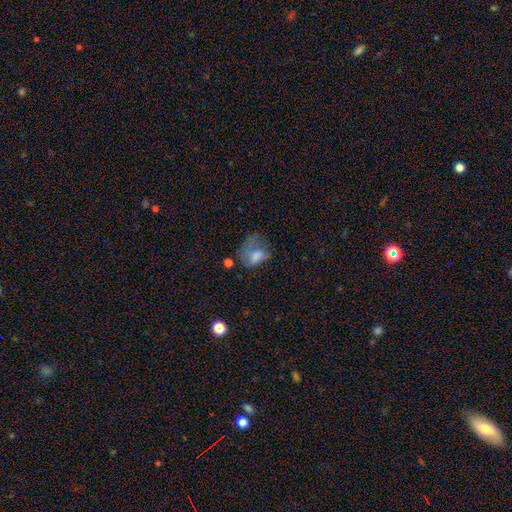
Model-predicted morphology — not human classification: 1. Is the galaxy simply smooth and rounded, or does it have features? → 57% smooth, 29% featured or disk, 14% star or artifact.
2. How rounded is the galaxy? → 67% in between, 31% round, 2% cigar-shaped.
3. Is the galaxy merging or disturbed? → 45% major disturbance, 26% none, 24% minor disturbance, 5% merger.